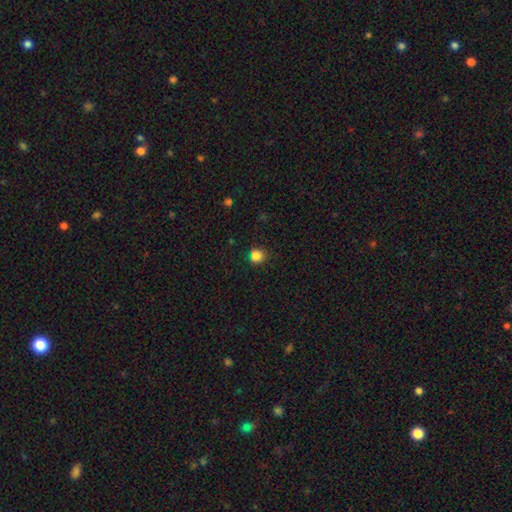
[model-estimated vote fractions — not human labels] smooth-or-featured: smooth: 84% | star or artifact: 13% | featured or disk: 4%
  how-rounded: round: 85% | in between: 14% | cigar-shaped: 1%
  merging: none: 82% | minor disturbance: 12% | major disturbance: 3% | merger: 3%